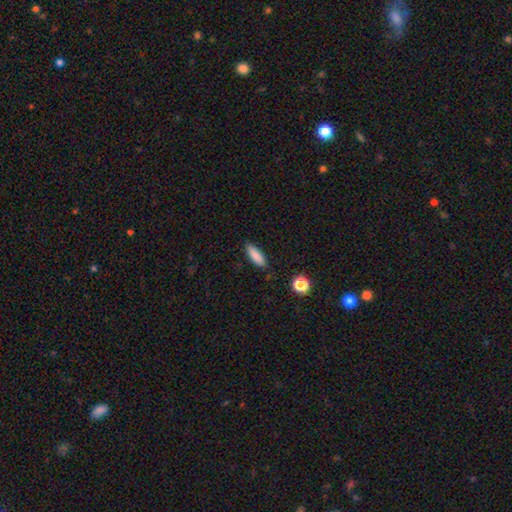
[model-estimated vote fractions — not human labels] This is clearly a smooth galaxy (86%). How rounded: possibly in between (53%). Merging: clearly none (83%).